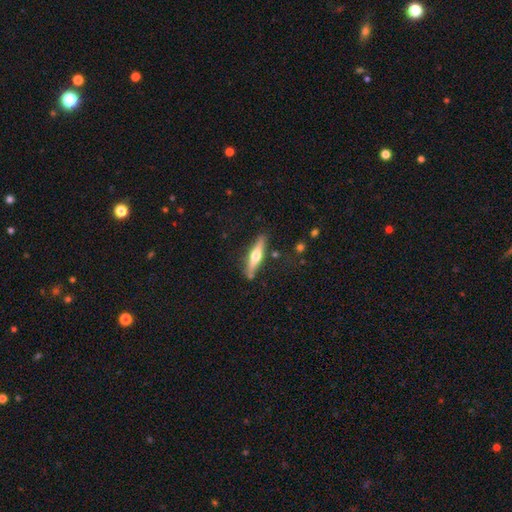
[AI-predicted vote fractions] Q: Smooth or featured?
A: featured or disk (55%); runner-up: smooth (39%)
Q: Edge-on disk?
A: yes (95%); runner-up: no (5%)
Q: Edge-on bulge?
A: rounded (92%); runner-up: none (4%)
Q: Merging?
A: none (83%); runner-up: minor disturbance (11%)